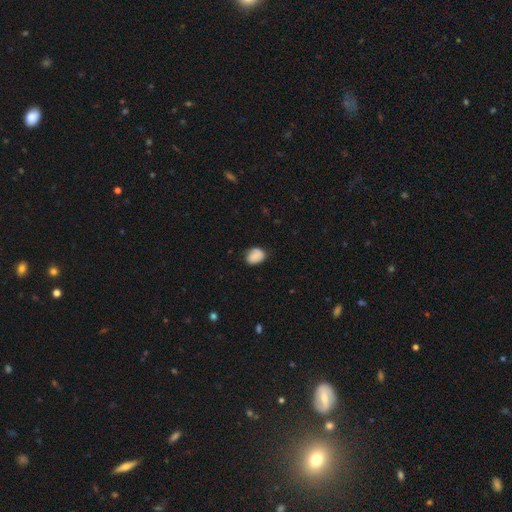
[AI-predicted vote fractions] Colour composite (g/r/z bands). It shows a smooth galaxy with no disk features (80%) that is in between round and cigar-shaped (63%). Merging: none (71%).